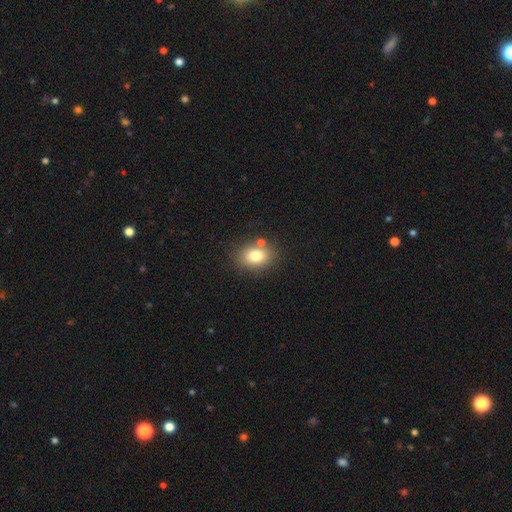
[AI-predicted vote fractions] Overall: smooth (78%). How rounded: in between (60%; round 39%). Merging: none (75%).